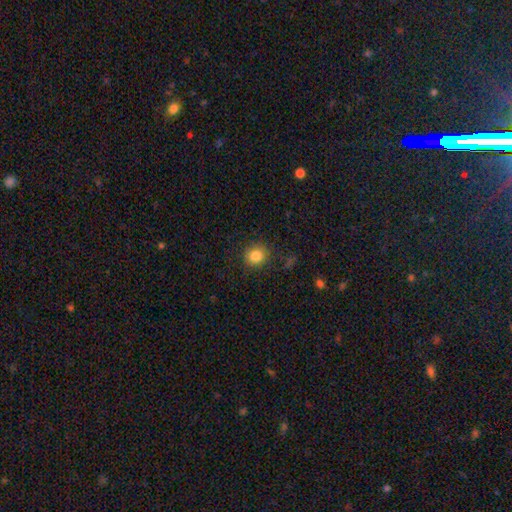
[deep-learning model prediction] Smooth or featured?
  - smooth: 84% *
  - star or artifact: 11%
  - featured or disk: 6%
How rounded?
  - round: 85% *
  - in between: 14%
  - cigar-shaped: 1%
Merging?
  - none: 87% *
  - minor disturbance: 9%
  - major disturbance: 3%
  - merger: 1%